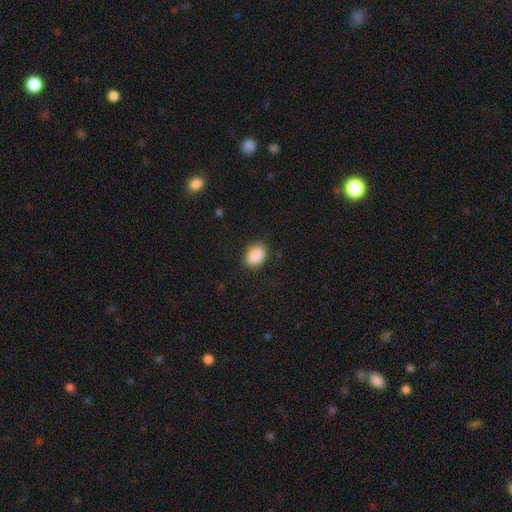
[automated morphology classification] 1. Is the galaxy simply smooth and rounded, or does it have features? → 89% smooth, 7% star or artifact, 4% featured or disk.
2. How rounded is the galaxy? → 71% in between, 28% round, 1% cigar-shaped.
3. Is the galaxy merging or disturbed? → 81% none, 14% minor disturbance, 4% major disturbance, 1% merger.